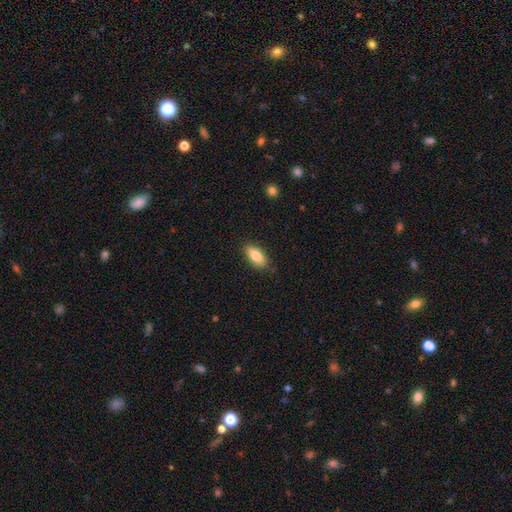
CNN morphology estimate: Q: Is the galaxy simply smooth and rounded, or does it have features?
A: smooth — 80%.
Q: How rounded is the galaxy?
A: in between — 87%.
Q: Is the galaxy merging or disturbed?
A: none — 85%.